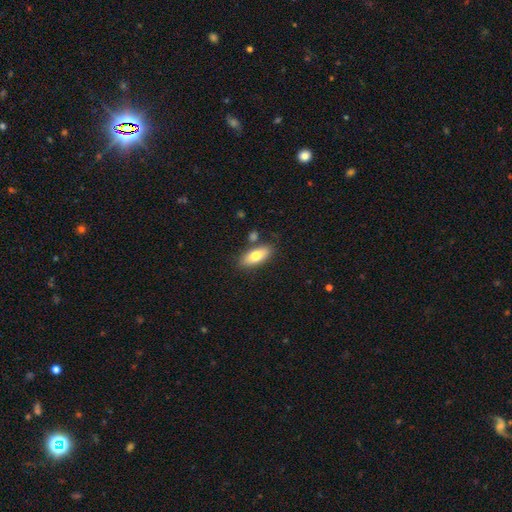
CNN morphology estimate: smooth-or-featured: smooth: 74% | featured or disk: 19% | star or artifact: 7%
  how-rounded: in between: 83% | cigar-shaped: 14% | round: 3%
  merging: none: 79% | minor disturbance: 11% | merger: 7% | major disturbance: 3%